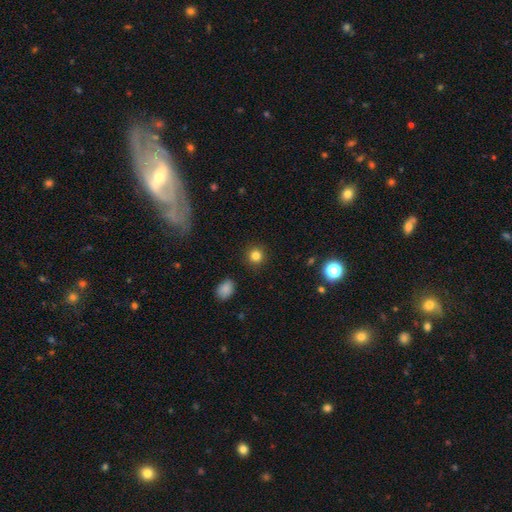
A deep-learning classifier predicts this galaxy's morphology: Smooth or featured?
  - smooth: 83% *
  - star or artifact: 12%
  - featured or disk: 5%
How rounded?
  - round: 92% *
  - in between: 7%
  - cigar-shaped: 1%
Merging?
  - none: 91% *
  - minor disturbance: 6%
  - major disturbance: 2%
  - merger: 1%